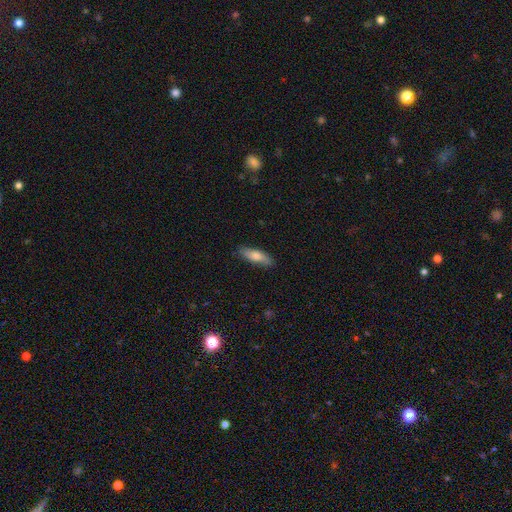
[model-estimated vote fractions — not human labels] This appears to be a smooth galaxy with no disk features (77%) that is in between round and cigar-shaped (54%). Merging: none (85%).